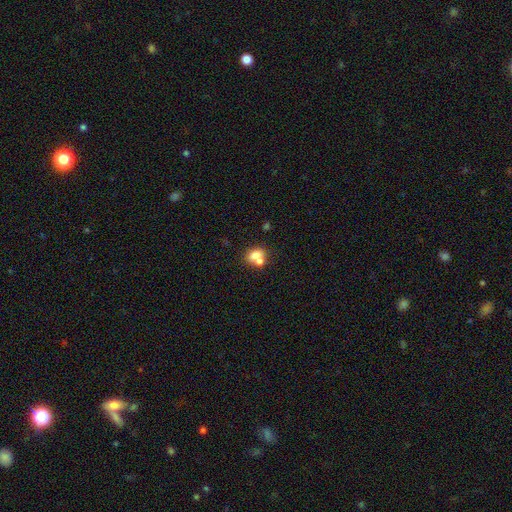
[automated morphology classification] smooth-or-featured: smooth: 72% | featured or disk: 18% | star or artifact: 11%
  how-rounded: in between: 59% | round: 39% | cigar-shaped: 2%
  merging: merger: 48% | none: 39% | minor disturbance: 9% | major disturbance: 4%